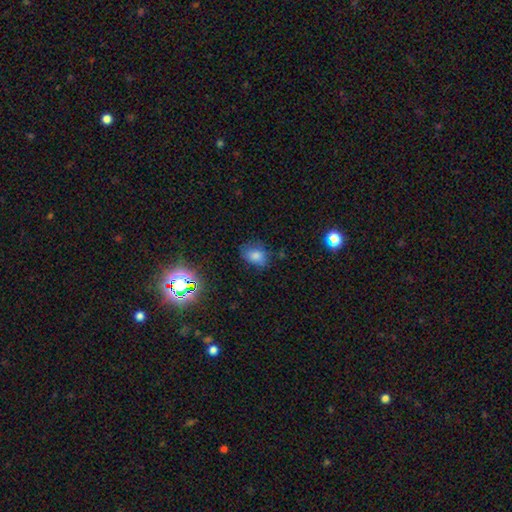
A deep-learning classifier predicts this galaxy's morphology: smooth-or-featured: smooth: 73% | star or artifact: 16% | featured or disk: 11%
  how-rounded: in between: 65% | round: 33% | cigar-shaped: 1%
  merging: none: 64% | minor disturbance: 25% | major disturbance: 9% | merger: 2%